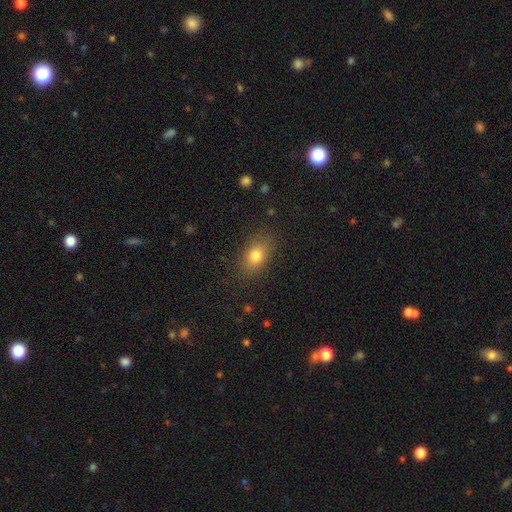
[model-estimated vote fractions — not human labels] Overall: smooth (79%). How rounded: in between (79%). Merging: none (83%).